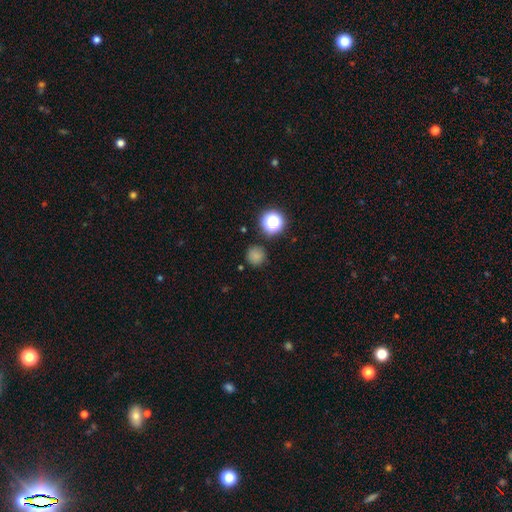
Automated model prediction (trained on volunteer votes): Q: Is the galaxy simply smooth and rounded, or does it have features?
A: smooth — 77%.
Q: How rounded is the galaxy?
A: round — 92%.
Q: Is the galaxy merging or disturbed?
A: none — 83%.